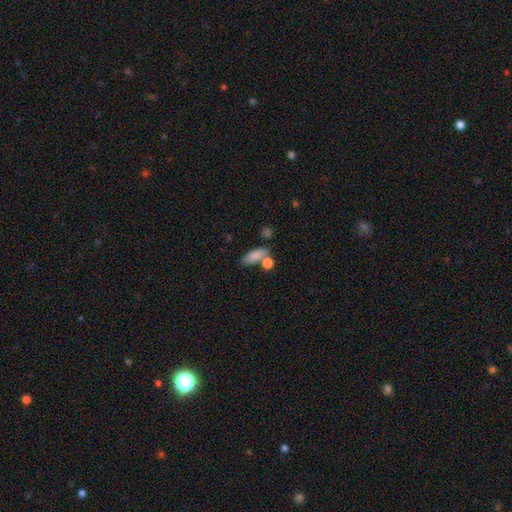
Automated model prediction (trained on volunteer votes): Morphology: type=smooth (84%); roundness=in between (68%); merging=none (61%).